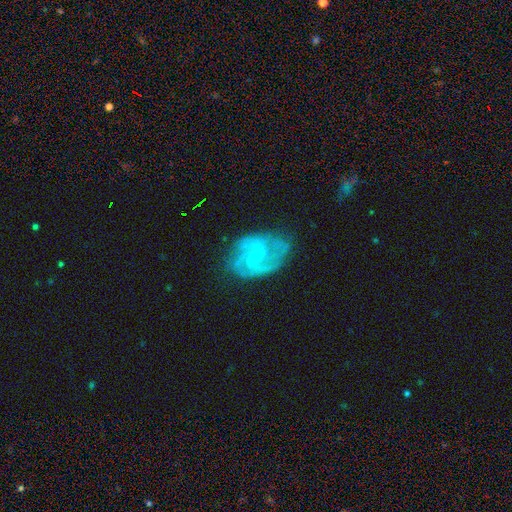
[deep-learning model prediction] featured or disk 89%, smooth 6%, star or artifact 5%. Down the decision tree: edge-on disk — no (98%); bar — no (54%); spiral arms — yes (98%); spiral arm count — 2 (44%); spiral winding — medium (47%); bulge size — small (71%); merging — none (69%).